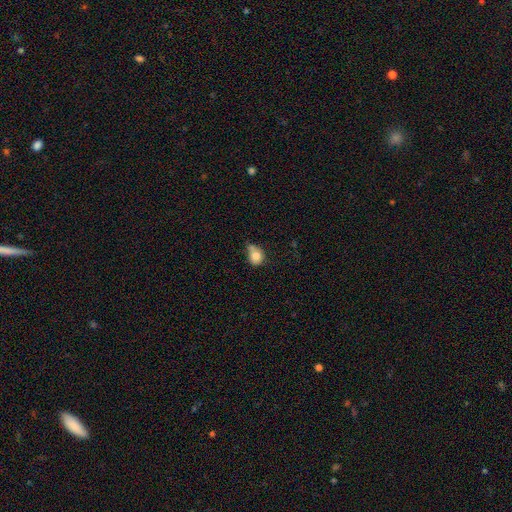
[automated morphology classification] Smooth or featured? Predicted: smooth (p=0.78). How rounded? Predicted: round (p=0.68). Merging? Predicted: none (p=0.40).